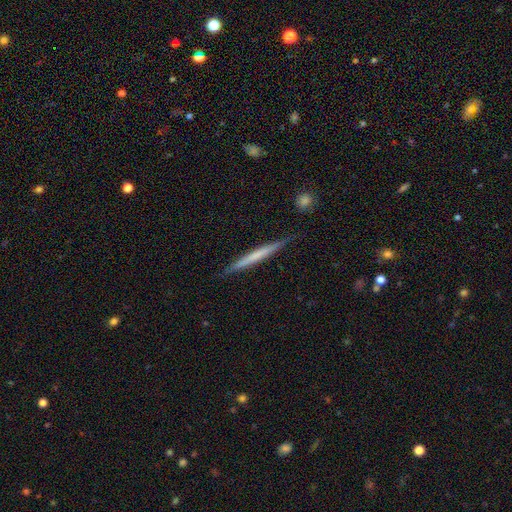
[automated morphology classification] A featured or disk galaxy (48%).

Vote fractions:
- Smooth or featured? featured or disk: 48% / smooth: 46% / star or artifact: 6%
- Merging? none: 88% / minor disturbance: 9% / major disturbance: 2% / merger: 1%